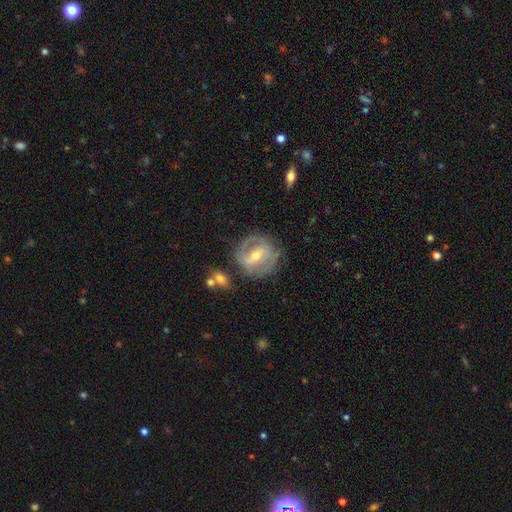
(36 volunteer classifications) This is clearly a featured or disk galaxy (89%). It is clearly not viewed edge-on (97%). Bar: possibly weak (55%). Spiral arm pattern: likely yes (68%). Spiral arm count: clearly 2 (81%). Spiral winding: possibly medium (57%). Central bulge: likely moderate (65%). Merging: likely none (72%).